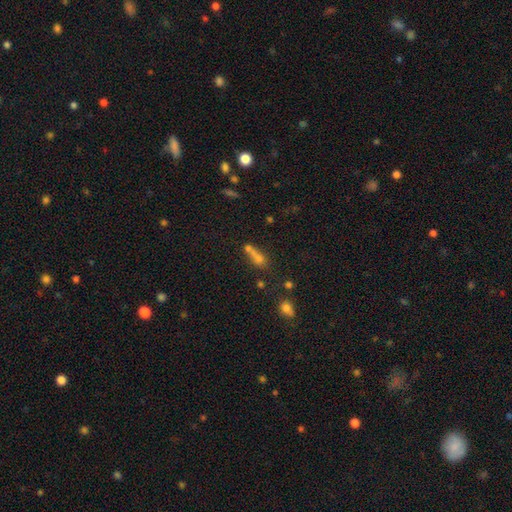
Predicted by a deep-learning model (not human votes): Smooth or featured: smooth — 60% (star or artifact — 21%)
How rounded: in between — 41% (cigar-shaped — 38%)
Merging: merger — 40% (none — 35%)